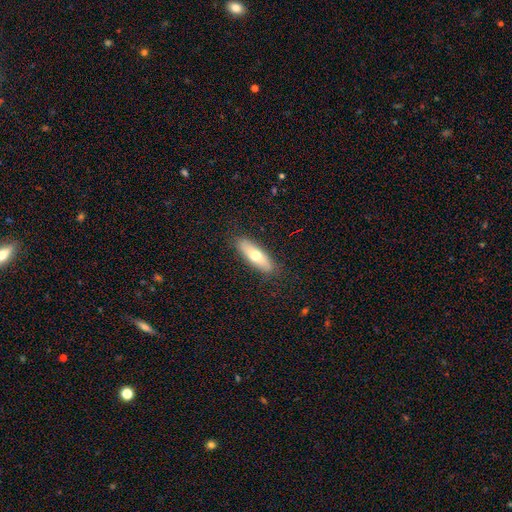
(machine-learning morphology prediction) This appears to be a smooth galaxy with no disk features (62%) that is in between round and cigar-shaped (53%). Merging: none (87%).